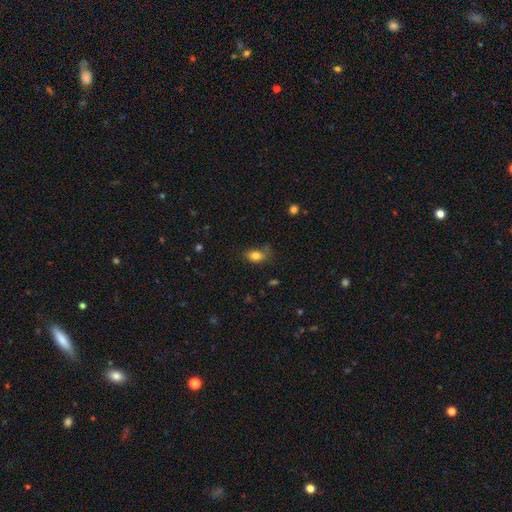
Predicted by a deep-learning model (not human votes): smooth 82%, star or artifact 9%, featured or disk 9%. Down the decision tree: how rounded — in between (82%); merging — none (58%).